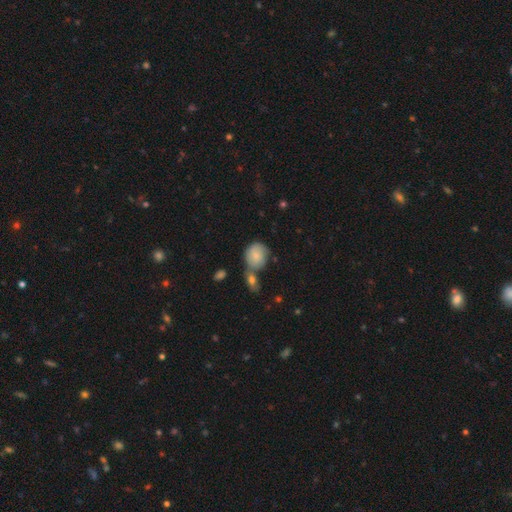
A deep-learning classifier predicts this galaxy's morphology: This is likely a smooth galaxy (78%). How rounded: likely round (64%). Merging: marginally none (45%).